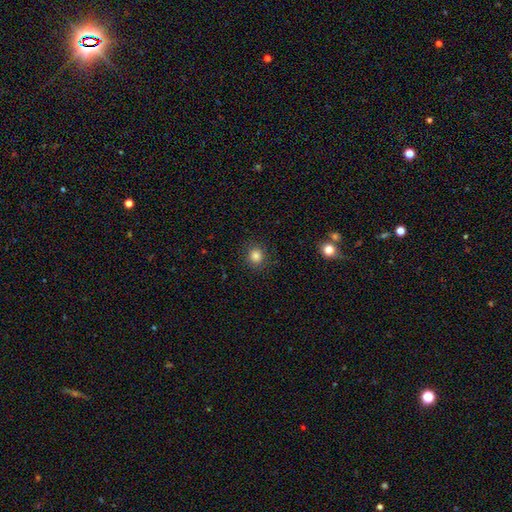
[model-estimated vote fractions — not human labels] Smooth or featured: smooth — 83% (star or artifact — 12%)
How rounded: round — 89% (in between — 10%)
Merging: none — 90% (minor disturbance — 7%)